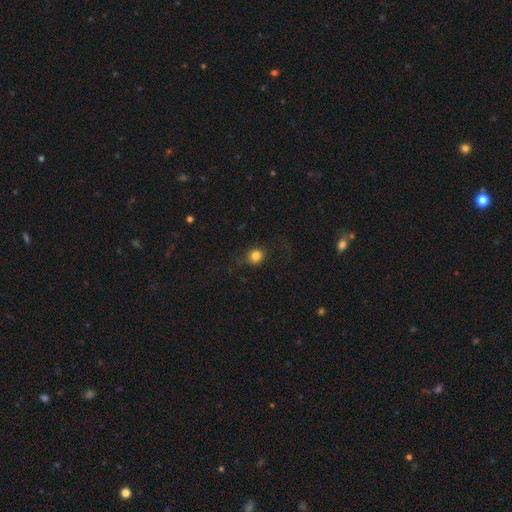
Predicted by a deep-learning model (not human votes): smooth_or_featured: smooth (p=0.82) [alt: star or artifact p=0.12]
how_rounded: round (p=0.81) [alt: in between p=0.18]
merging: none (p=0.79) [alt: minor disturbance p=0.13]